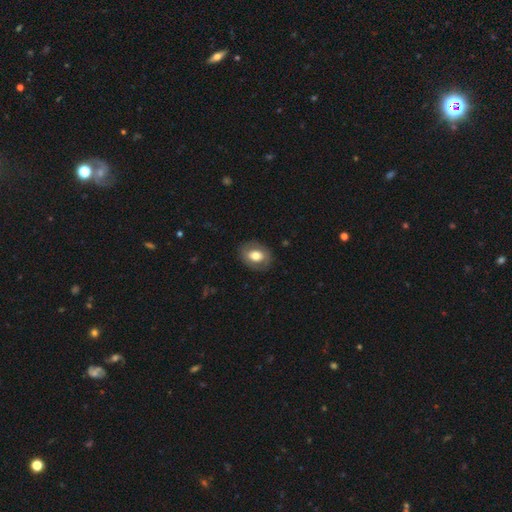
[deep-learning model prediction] This appears to be a smooth galaxy with no disk features (67%) that is in between round and cigar-shaped (67%). Merging: none (84%).